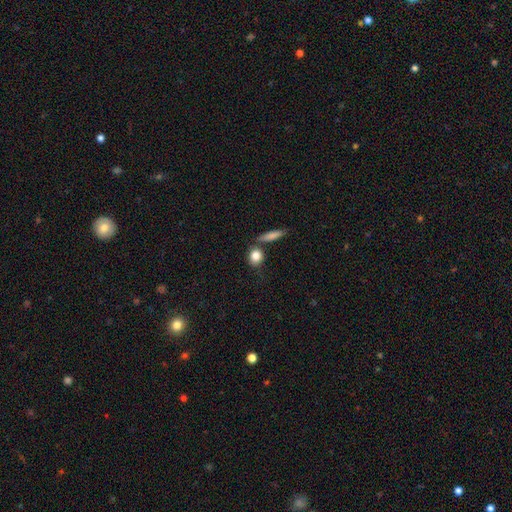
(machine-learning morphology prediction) smooth 83%, featured or disk 9%, star or artifact 8%. Down the decision tree: how rounded — round (67%); merging — none (68%).